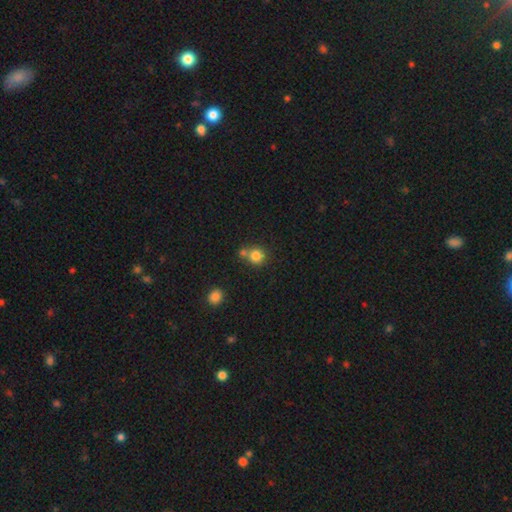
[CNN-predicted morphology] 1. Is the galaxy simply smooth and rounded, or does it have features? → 81% smooth, 12% star or artifact, 7% featured or disk.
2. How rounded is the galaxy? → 89% round, 10% in between, 1% cigar-shaped.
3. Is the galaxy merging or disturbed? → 56% none, 32% merger, 9% minor disturbance, 3% major disturbance.